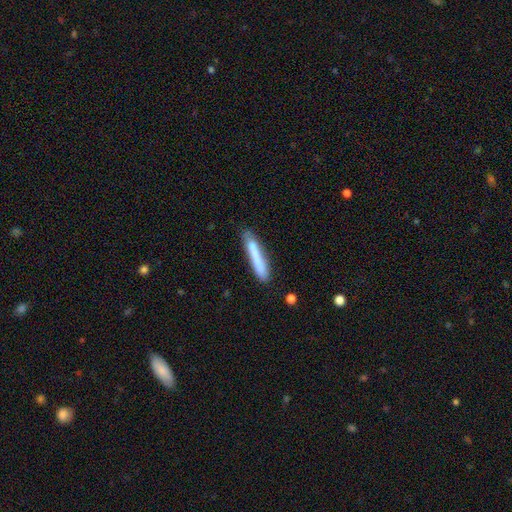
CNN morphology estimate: Smooth or featured? Predicted: smooth (p=0.72). How rounded? Predicted: cigar-shaped (p=0.94). Merging? Predicted: none (p=0.77).